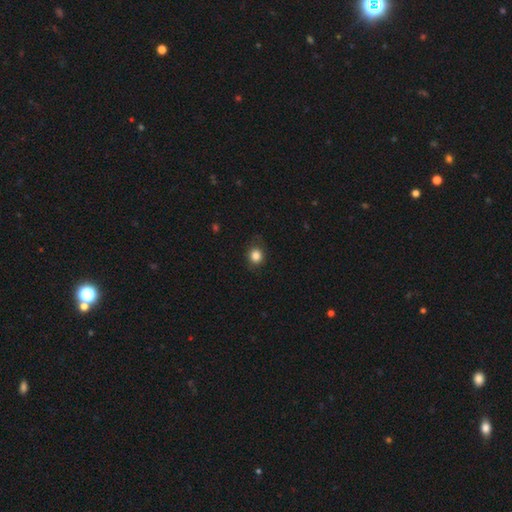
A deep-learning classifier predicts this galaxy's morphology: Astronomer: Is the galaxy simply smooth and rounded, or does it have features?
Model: smooth — 84%.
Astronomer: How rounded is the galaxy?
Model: round — 75%.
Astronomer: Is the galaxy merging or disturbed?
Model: none — 82%.